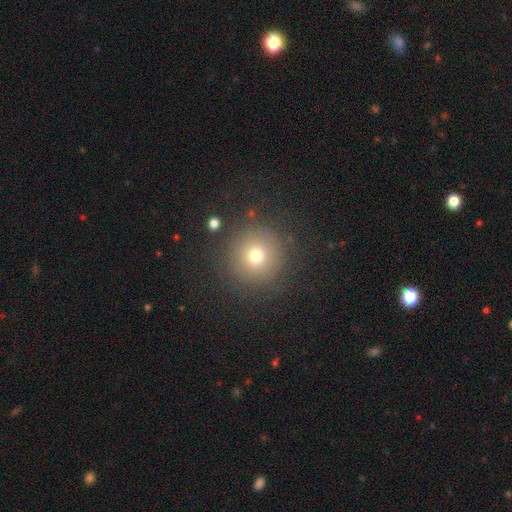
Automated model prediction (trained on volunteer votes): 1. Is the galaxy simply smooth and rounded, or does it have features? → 71% smooth, 16% star or artifact, 12% featured or disk.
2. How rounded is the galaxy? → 96% round, 3% in between, 1% cigar-shaped.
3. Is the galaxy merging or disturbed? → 85% none, 8% minor disturbance, 5% major disturbance, 2% merger.